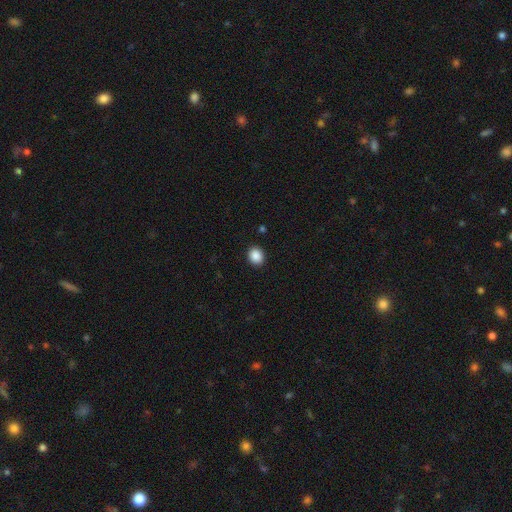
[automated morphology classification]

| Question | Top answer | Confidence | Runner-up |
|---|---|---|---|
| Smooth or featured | smooth | 89% | star or artifact (9%) |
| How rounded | round | 63% | in between (36%) |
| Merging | none | 91% | minor disturbance (6%) |